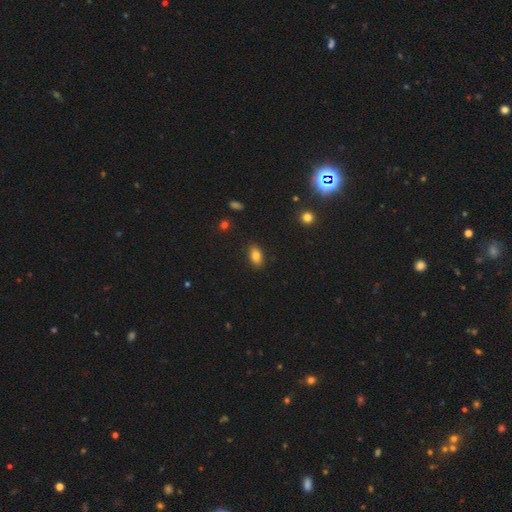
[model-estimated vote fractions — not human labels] Smooth or featured? Predicted: smooth (p=0.82). How rounded? Predicted: in between (p=0.89). Merging? Predicted: none (p=0.87).